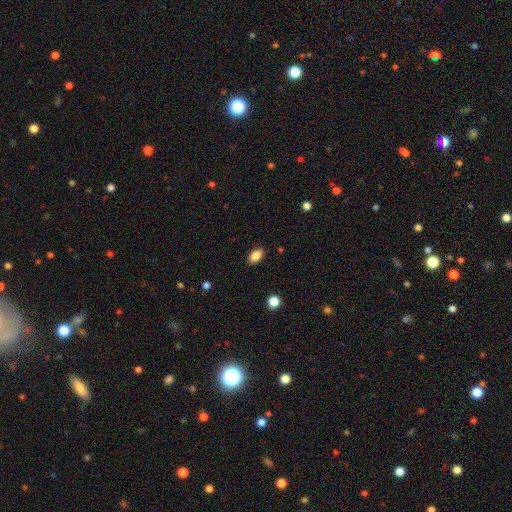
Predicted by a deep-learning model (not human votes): Smooth or featured?
  - smooth: 86% *
  - star or artifact: 9%
  - featured or disk: 5%
How rounded?
  - in between: 88% *
  - round: 10%
  - cigar-shaped: 2%
Merging?
  - none: 87% *
  - minor disturbance: 9%
  - major disturbance: 2%
  - merger: 1%